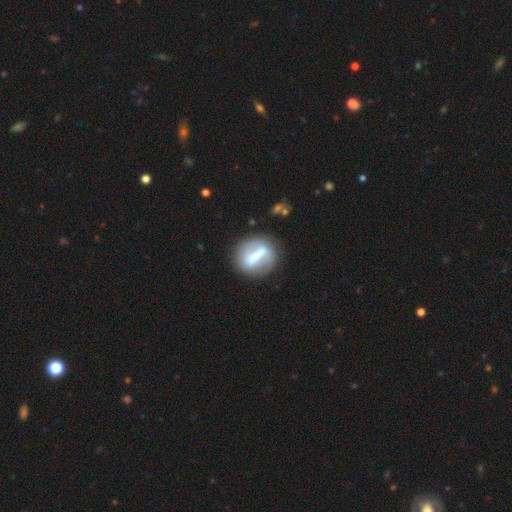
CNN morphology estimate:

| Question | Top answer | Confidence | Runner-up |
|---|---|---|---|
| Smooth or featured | featured or disk | 51% | smooth (41%) |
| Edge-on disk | no | 83% | yes (17%) |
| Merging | none | 74% | minor disturbance (14%) |